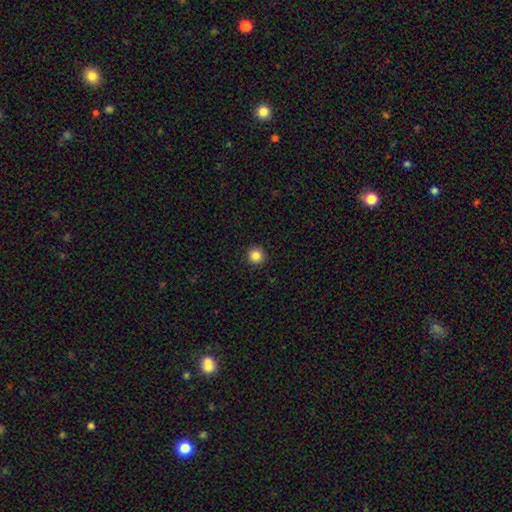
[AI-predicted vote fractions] A smooth galaxy with no disk features (86%) that is round (96%).

Vote fractions:
- Smooth or featured? smooth: 86% / star or artifact: 11% / featured or disk: 4%
- How rounded? round: 96% / in between: 3% / cigar-shaped: 1%
- Merging? none: 93% / minor disturbance: 4% / major disturbance: 2% / merger: 1%